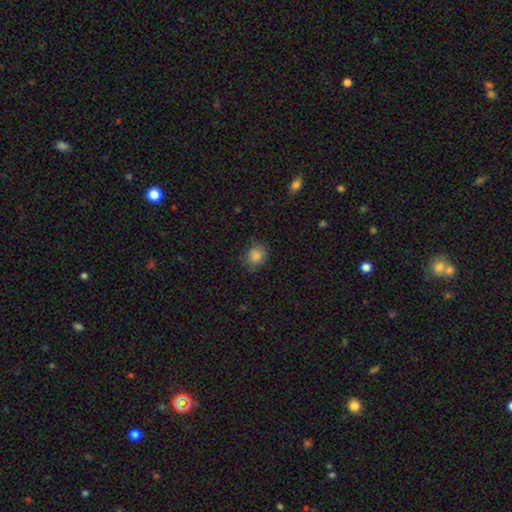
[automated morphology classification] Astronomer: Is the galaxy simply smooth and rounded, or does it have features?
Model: smooth — 84%.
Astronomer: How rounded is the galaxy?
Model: round — 73%.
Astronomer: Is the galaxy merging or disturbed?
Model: none — 75%.